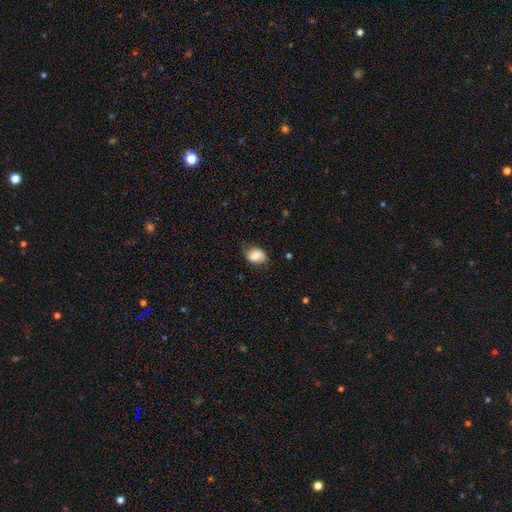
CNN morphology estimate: Q: Smooth or featured?
A: smooth (79%); runner-up: featured or disk (13%)
Q: How rounded?
A: in between (70%); runner-up: round (29%)
Q: Merging?
A: none (65%); runner-up: minor disturbance (27%)